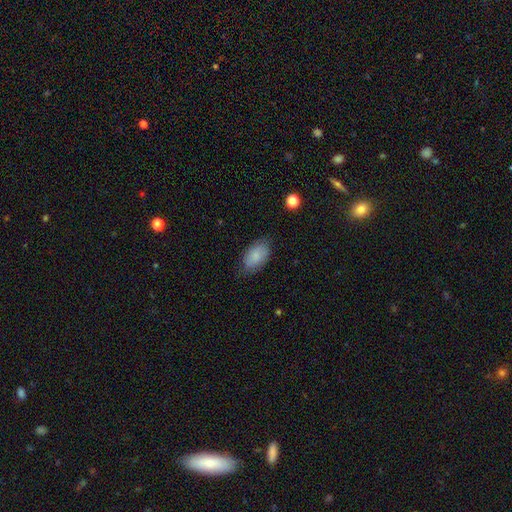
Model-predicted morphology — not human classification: Overall: smooth (82%). How rounded: in between (93%). Merging: none (76%).